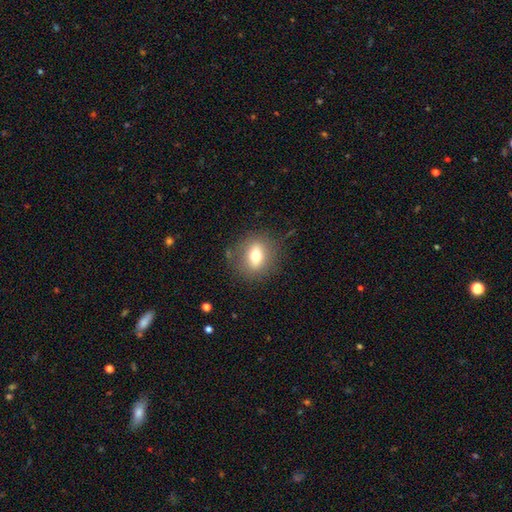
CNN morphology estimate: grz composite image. It shows a smooth galaxy with no disk features (63%) that is round (53%). Merging: none (82%).